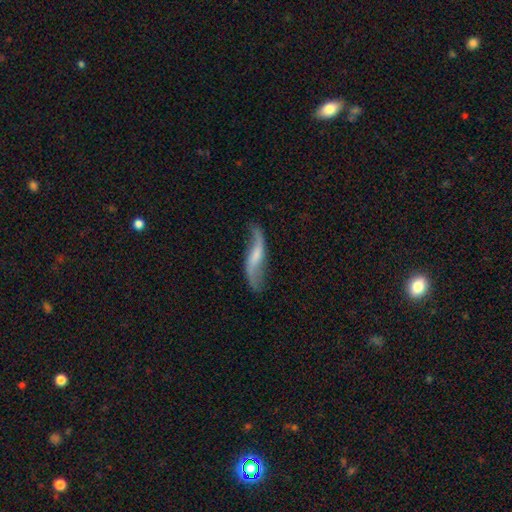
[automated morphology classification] Smooth or featured: featured or disk — 78% (smooth — 16%)
Edge-on disk: no — 84% (yes — 16%)
Bar: weak — 42% (no — 34%)
Spiral arms: yes — 93% (no — 7%)
Spiral winding: loose — 92% (medium — 6%)
Spiral arm count: 2 — 92% (1 — 3%)
Bulge size: small — 36% (none — 34%)
Merging: none — 68% (minor disturbance — 19%)